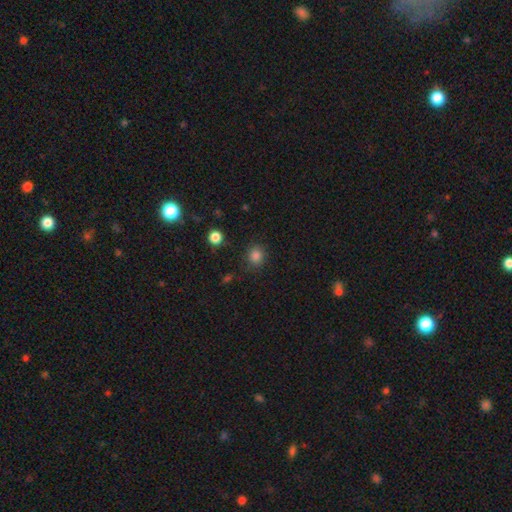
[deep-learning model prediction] Smooth or featured: smooth — 83% (star or artifact — 13%)
How rounded: round — 82% (in between — 17%)
Merging: none — 85% (minor disturbance — 10%)